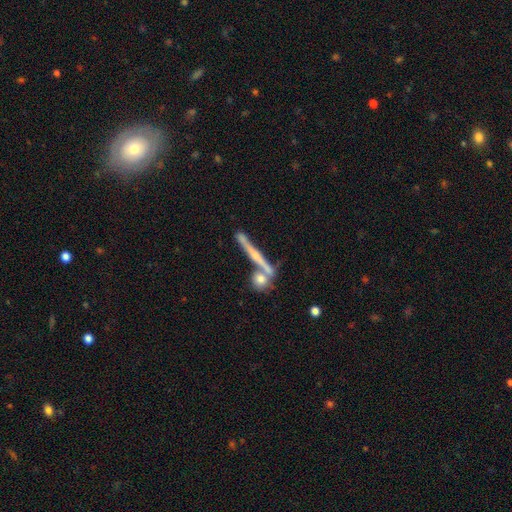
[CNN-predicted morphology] featured or disk 71%, smooth 21%, star or artifact 8%. Down the decision tree: edge-on disk — yes (94%); edge-on bulge — rounded (67%); merging — none (67%).